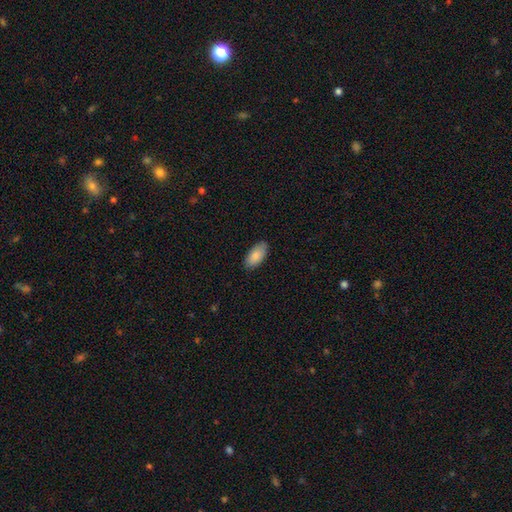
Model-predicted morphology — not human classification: This is clearly a smooth galaxy (88%). How rounded: clearly in between (93%). Merging: clearly none (86%).